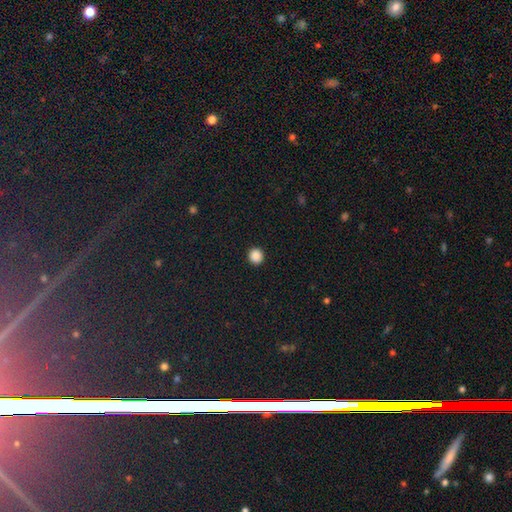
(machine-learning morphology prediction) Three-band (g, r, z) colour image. It shows a smooth galaxy with no disk features (88%) that is round (93%). Merging: none (93%).